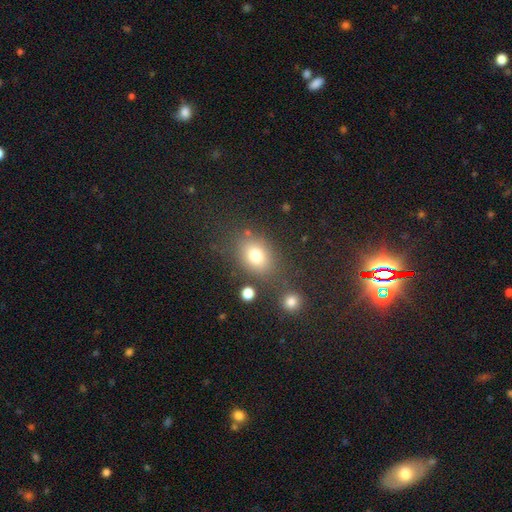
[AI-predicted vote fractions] smooth_or_featured: smooth (p=0.76) [alt: star or artifact p=0.13]
how_rounded: in between (p=0.57) [alt: round p=0.42]
merging: none (p=0.74) [alt: minor disturbance p=0.13]